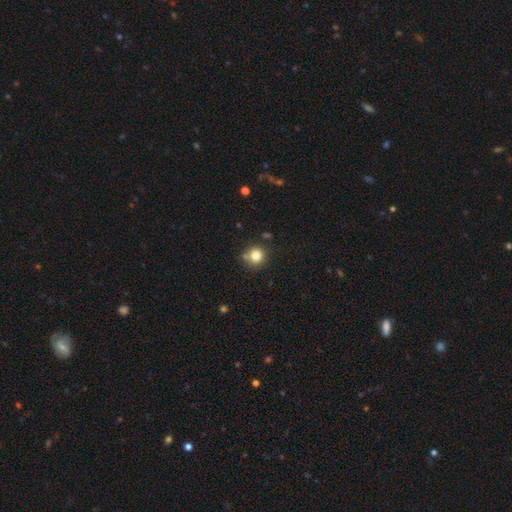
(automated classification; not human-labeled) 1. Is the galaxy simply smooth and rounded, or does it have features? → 80% smooth, 12% star or artifact, 7% featured or disk.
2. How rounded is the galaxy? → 92% round, 7% in between, 1% cigar-shaped.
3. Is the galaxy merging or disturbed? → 76% none, 12% minor disturbance, 9% merger, 3% major disturbance.